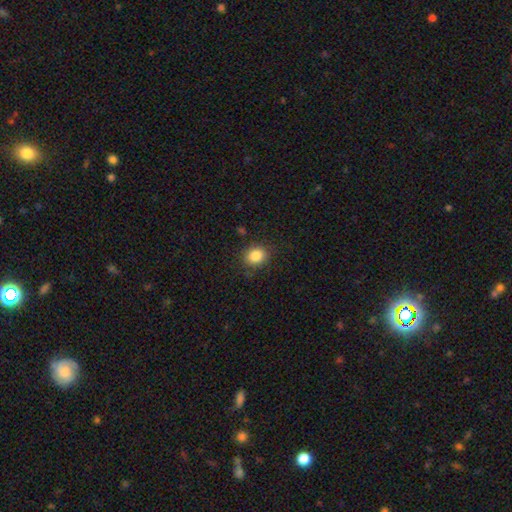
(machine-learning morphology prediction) type=smooth (85%); roundness=round (68%); merging=none (83%).